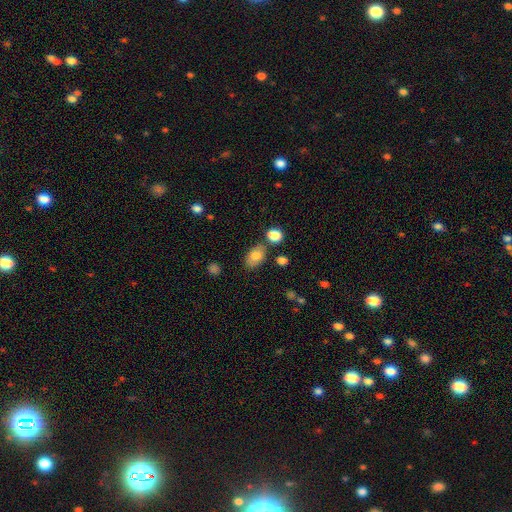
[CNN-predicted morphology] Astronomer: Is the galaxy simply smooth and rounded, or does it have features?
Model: smooth — 79%.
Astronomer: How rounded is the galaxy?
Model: in between — 86%.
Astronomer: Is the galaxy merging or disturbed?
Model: none — 73%.